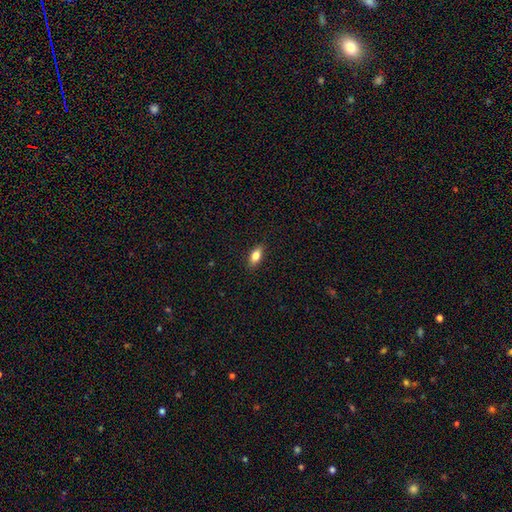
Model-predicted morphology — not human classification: This appears to be a smooth galaxy with no disk features (78%) that is in between round and cigar-shaped (84%). Merging: none (88%).